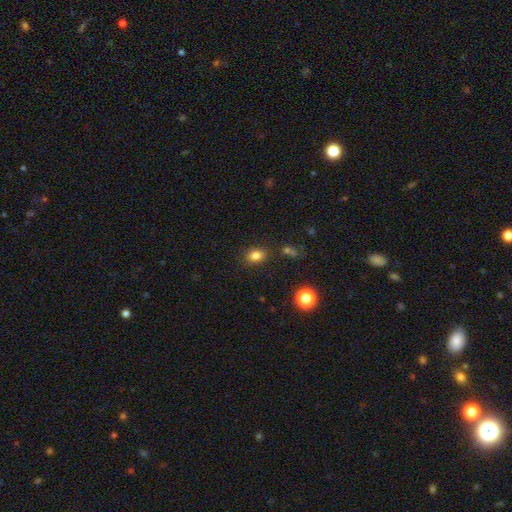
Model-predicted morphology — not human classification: type=smooth (82%); roundness=in between (62%); merging=none (83%).